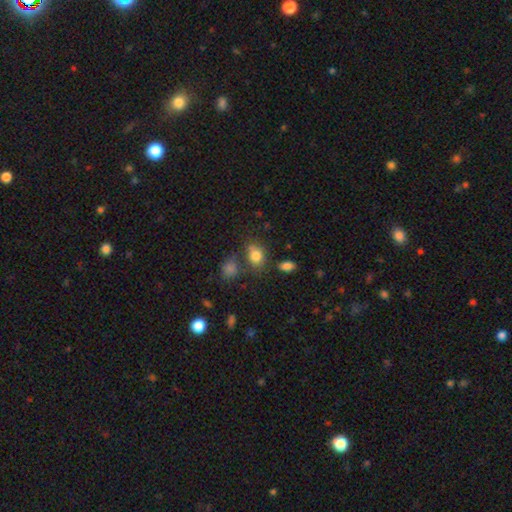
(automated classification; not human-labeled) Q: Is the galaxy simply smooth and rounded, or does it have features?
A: smooth — 81%.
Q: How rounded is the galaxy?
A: in between — 65%.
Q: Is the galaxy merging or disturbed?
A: none — 60%.